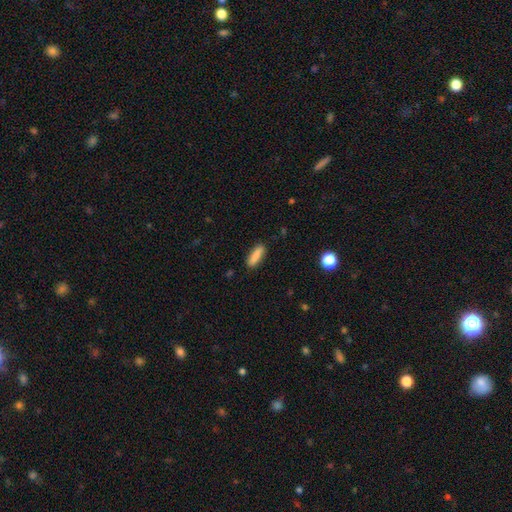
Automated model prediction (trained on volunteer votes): The model was most divided on "how rounded": cigar-shaped: 54%, in between: 44%, round: 2%. More confident: smooth or featured — smooth (86%); merging — none (85%).